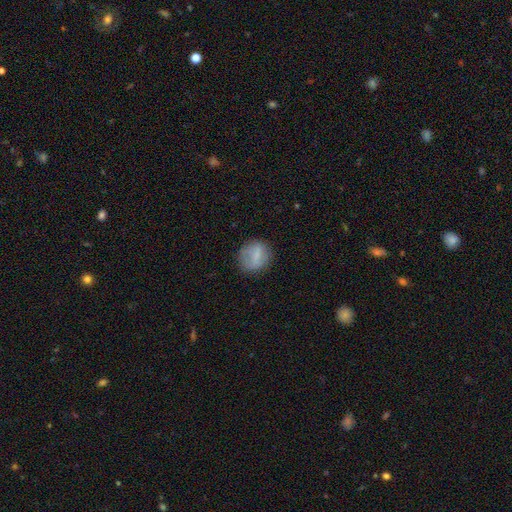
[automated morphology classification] Overall: smooth (65%; featured or disk 26%). How rounded: round (68%; in between 30%). Merging: none (75%).